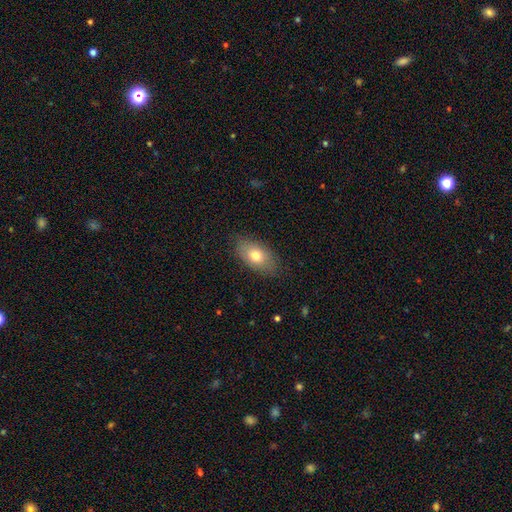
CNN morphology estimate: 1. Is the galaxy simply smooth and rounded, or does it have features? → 74% smooth, 18% featured or disk, 8% star or artifact.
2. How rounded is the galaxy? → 90% in between, 7% round, 3% cigar-shaped.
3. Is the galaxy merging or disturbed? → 82% none, 14% minor disturbance, 3% major disturbance, 1% merger.